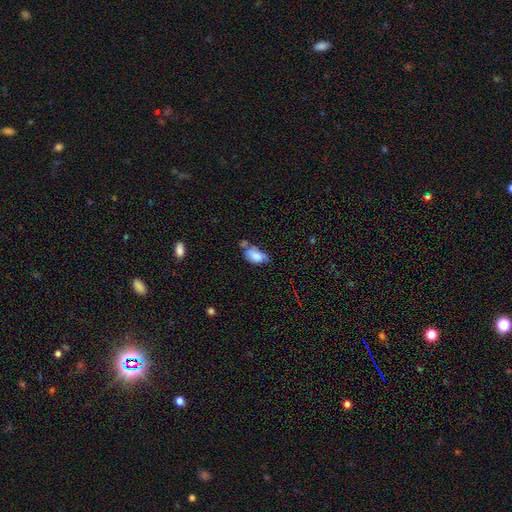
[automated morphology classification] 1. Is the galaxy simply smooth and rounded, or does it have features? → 75% smooth, 16% featured or disk, 9% star or artifact.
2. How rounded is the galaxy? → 91% in between, 5% round, 3% cigar-shaped.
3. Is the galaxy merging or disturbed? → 32% minor disturbance (tied), 32% none (tied), 23% merger, 13% major disturbance.